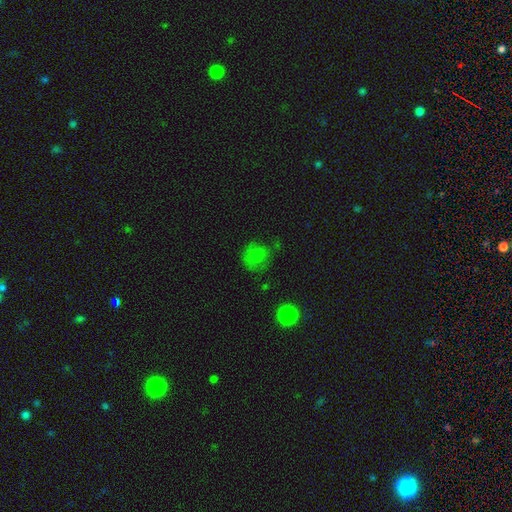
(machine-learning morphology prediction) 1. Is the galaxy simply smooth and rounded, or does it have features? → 72% smooth, 16% star or artifact, 13% featured or disk.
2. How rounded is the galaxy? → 81% round, 18% in between, 1% cigar-shaped.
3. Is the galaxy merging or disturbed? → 57% none, 26% minor disturbance, 14% major disturbance, 3% merger.